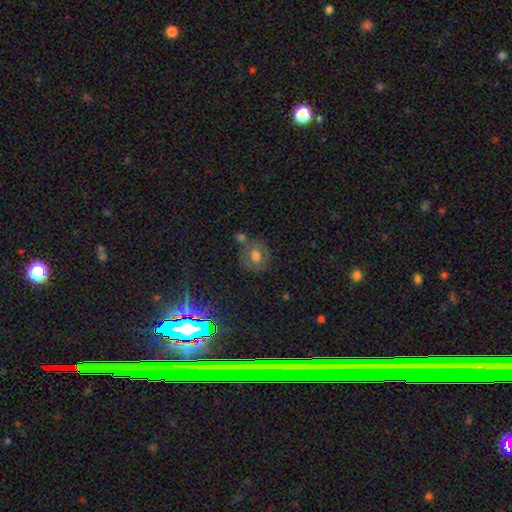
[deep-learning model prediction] A smooth galaxy with no disk features (57%) that is round (68%).

Vote fractions:
- Smooth or featured? smooth: 57% / featured or disk: 27% / star or artifact: 16%
- How rounded? round: 68% / in between: 30% / cigar-shaped: 1%
- Merging? none: 61% / minor disturbance: 17% / merger: 15% / major disturbance: 7%